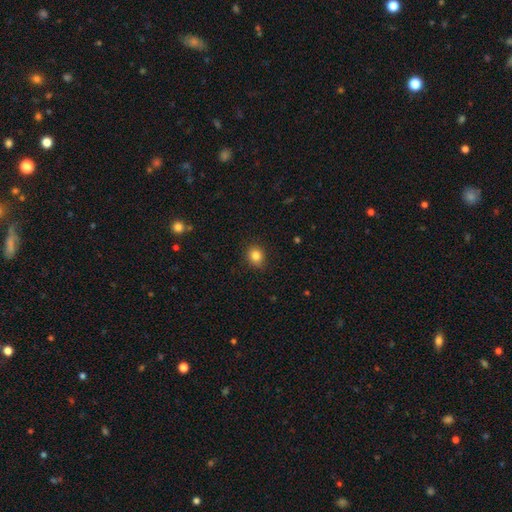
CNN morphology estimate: A smooth galaxy with no disk features (84%) that is round (70%).

Vote fractions:
- Smooth or featured? smooth: 84% / star or artifact: 11% / featured or disk: 5%
- How rounded? round: 70% / in between: 29% / cigar-shaped: 1%
- Merging? none: 84% / minor disturbance: 12% / major disturbance: 2% / merger: 1%